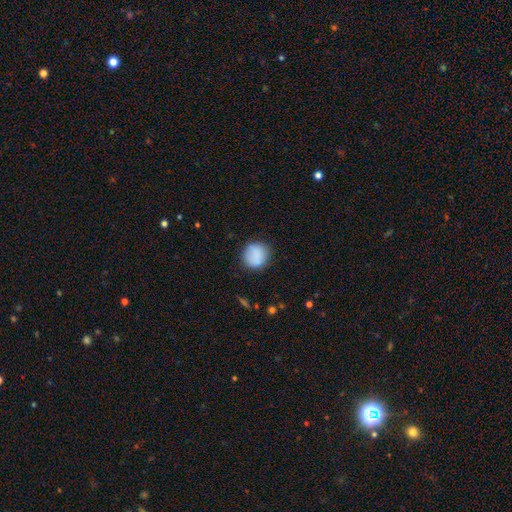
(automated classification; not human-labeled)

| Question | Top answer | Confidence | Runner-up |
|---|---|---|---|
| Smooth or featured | smooth | 86% | star or artifact (8%) |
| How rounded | round | 87% | in between (12%) |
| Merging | none | 79% | minor disturbance (15%) |